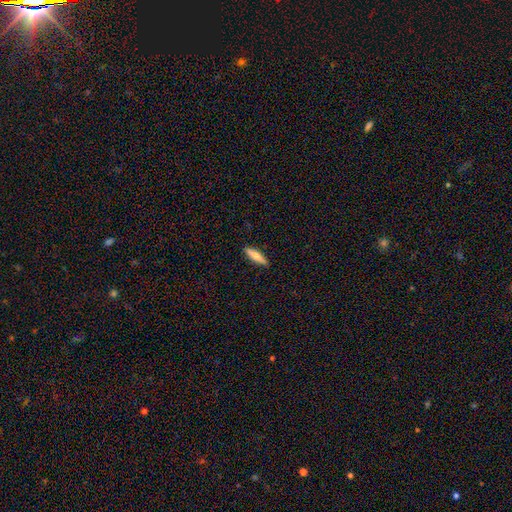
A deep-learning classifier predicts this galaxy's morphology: Smooth or featured: smooth — 65% (featured or disk — 29%)
How rounded: cigar-shaped — 77% (in between — 21%)
Merging: none — 90% (minor disturbance — 7%)